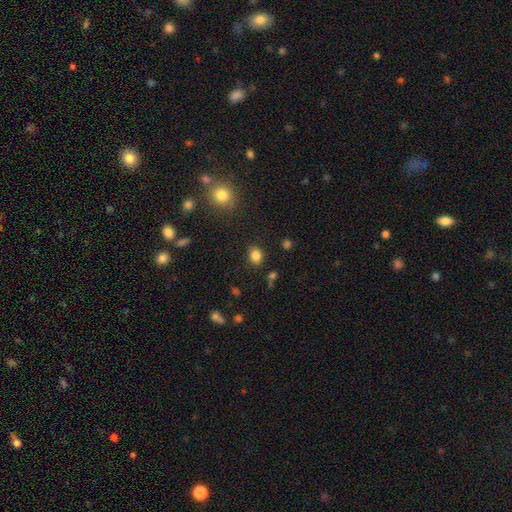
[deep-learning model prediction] smooth 84%, star or artifact 12%, featured or disk 4%. Down the decision tree: how rounded — in between (55%); merging — none (84%).